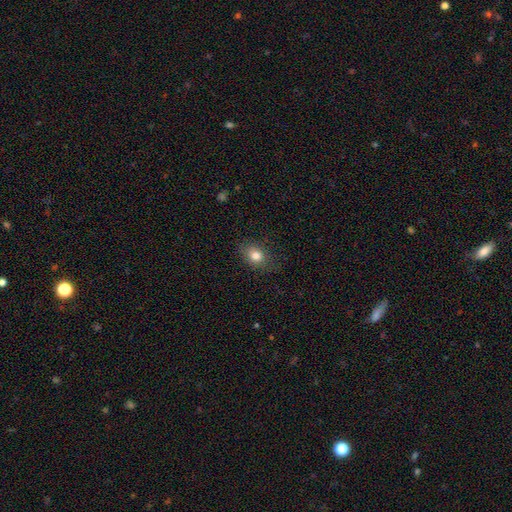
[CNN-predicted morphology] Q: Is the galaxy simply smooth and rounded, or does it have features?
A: smooth — 82%.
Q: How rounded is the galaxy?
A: in between — 62%.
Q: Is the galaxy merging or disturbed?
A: none — 79%.